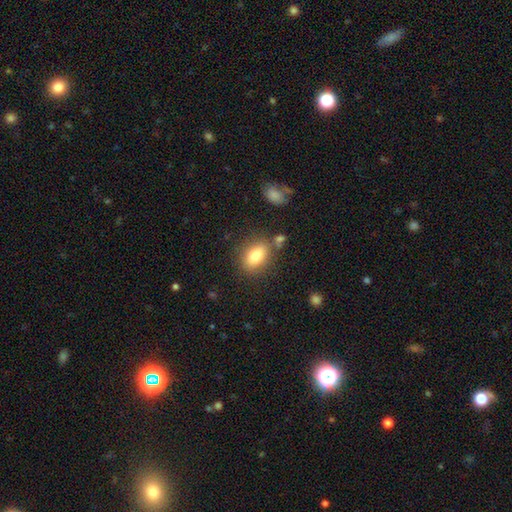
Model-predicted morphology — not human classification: A smooth galaxy with no disk features (82%) that is in between round and cigar-shaped (82%).

Vote fractions:
- Smooth or featured? smooth: 82% / featured or disk: 11% / star or artifact: 8%
- How rounded? in between: 82% / round: 15% / cigar-shaped: 2%
- Merging? none: 75% / minor disturbance: 13% / merger: 7% / major disturbance: 4%